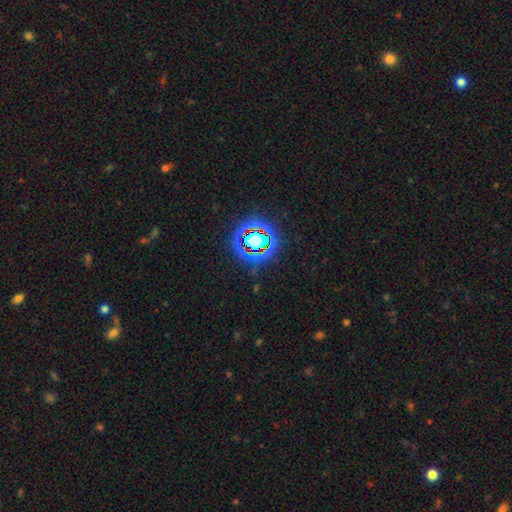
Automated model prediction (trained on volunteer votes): star or artifact 81%, smooth 12%, featured or disk 7%.